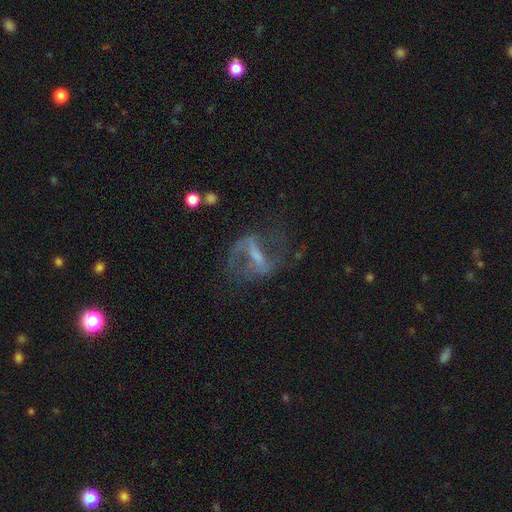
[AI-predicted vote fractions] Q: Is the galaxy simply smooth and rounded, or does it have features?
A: featured or disk — 77%.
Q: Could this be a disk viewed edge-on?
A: no — 92%.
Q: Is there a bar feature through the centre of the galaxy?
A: strong — 58%.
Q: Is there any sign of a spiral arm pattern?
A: yes — 77%.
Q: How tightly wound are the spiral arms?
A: loose — 50%.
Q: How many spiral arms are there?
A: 2 — 83%.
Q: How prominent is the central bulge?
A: small — 35%.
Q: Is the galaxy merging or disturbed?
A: none — 57%.